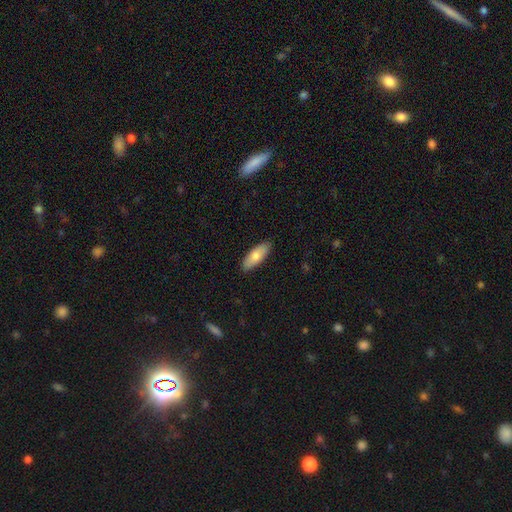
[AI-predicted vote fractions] The model was most divided on "how rounded": in between: 72%, cigar-shaped: 26%, round: 2%. More confident: merging — none (88%); smooth or featured — smooth (76%).